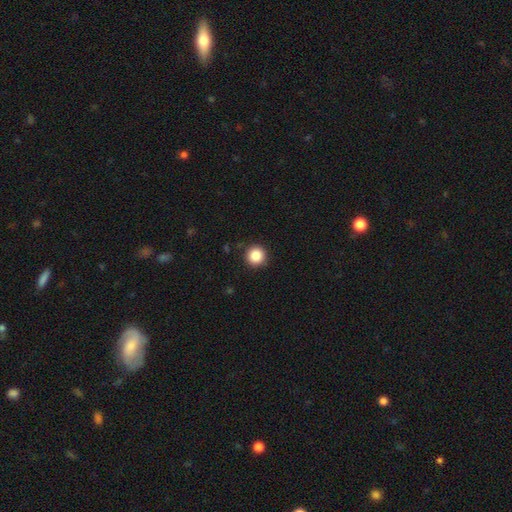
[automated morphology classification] type=smooth (87%); roundness=round (95%); merging=none (91%).